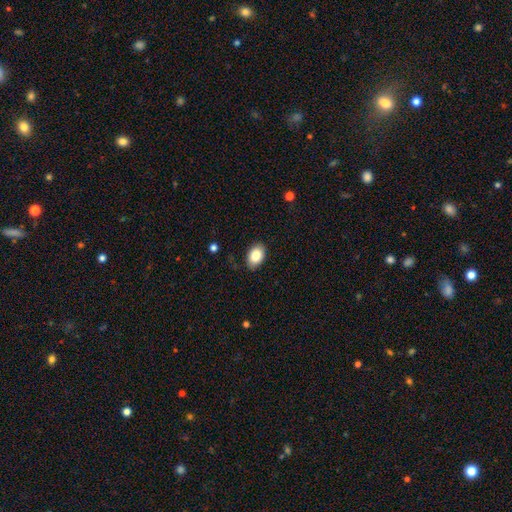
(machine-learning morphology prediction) A smooth galaxy with no disk features (86%) that is in between round and cigar-shaped (88%).

Vote fractions:
- Smooth or featured? smooth: 86% / featured or disk: 7% / star or artifact: 7%
- How rounded? in between: 88% / round: 11% / cigar-shaped: 1%
- Merging? none: 87% / minor disturbance: 10% / major disturbance: 2% / merger: 1%